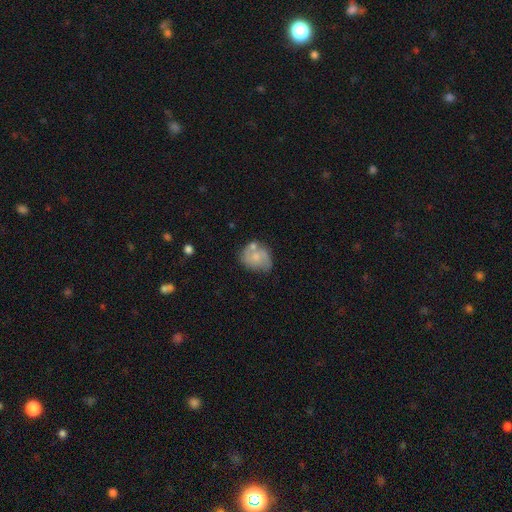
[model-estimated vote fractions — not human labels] featured or disk 49%, smooth 43%, star or artifact 7%. Down the decision tree: merging — none (48%).